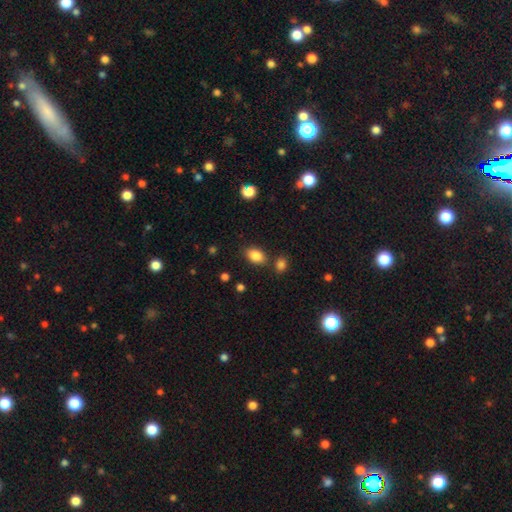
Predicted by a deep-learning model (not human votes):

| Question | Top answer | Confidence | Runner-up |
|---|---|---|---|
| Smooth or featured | smooth | 85% | star or artifact (9%) |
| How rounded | in between | 84% | round (14%) |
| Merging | none | 78% | minor disturbance (11%) |